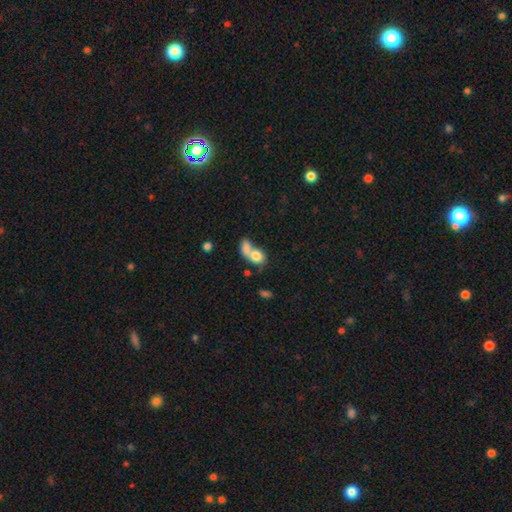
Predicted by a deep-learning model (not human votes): Q: Smooth or featured?
A: smooth (77%); runner-up: featured or disk (15%)
Q: How rounded?
A: in between (54%); runner-up: round (44%)
Q: Merging?
A: merger (73%); runner-up: none (16%)